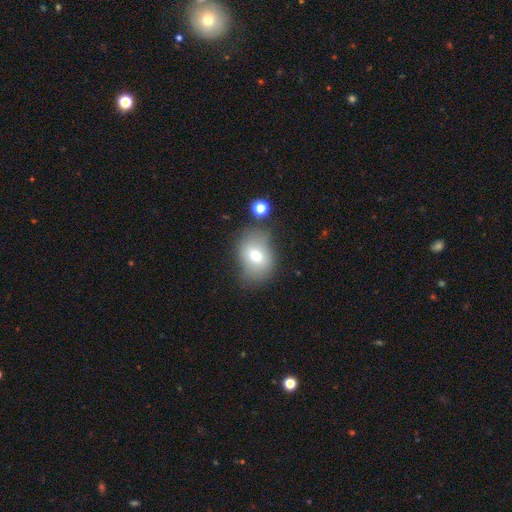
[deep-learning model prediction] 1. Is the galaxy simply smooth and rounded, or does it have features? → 70% smooth, 19% featured or disk, 11% star or artifact.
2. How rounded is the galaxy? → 64% in between, 35% round, 1% cigar-shaped.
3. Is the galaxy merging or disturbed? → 63% none, 22% minor disturbance, 8% major disturbance, 6% merger.